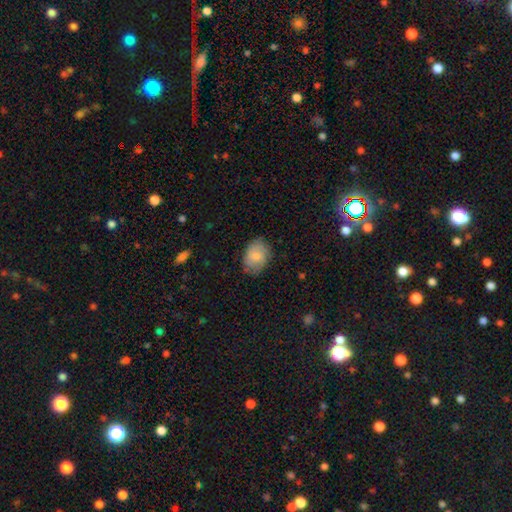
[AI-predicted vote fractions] A smooth galaxy with no disk features (68%) that is in between round and cigar-shaped (70%). Merging: none (76%).